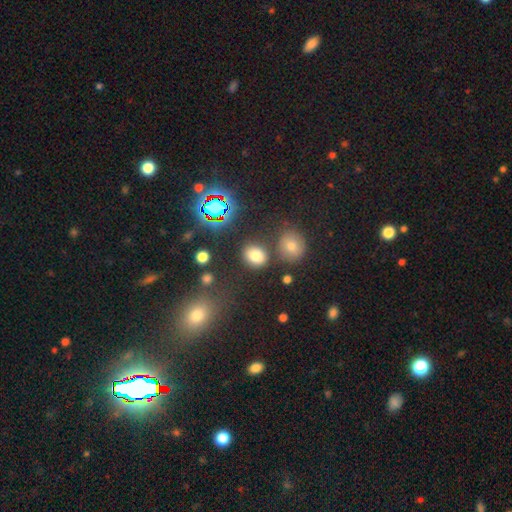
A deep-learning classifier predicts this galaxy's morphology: The model was most divided on "how rounded": round: 58%, in between: 40%, cigar-shaped: 1%. More confident: merging — none (79%); smooth or featured — smooth (75%).